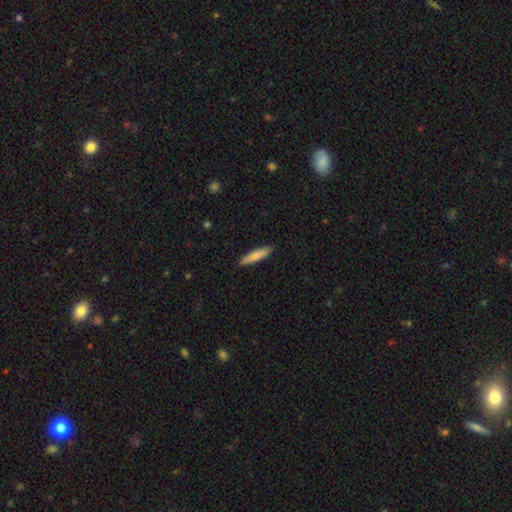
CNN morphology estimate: Overall: smooth (81%). How rounded: cigar-shaped (84%). Merging: none (90%).